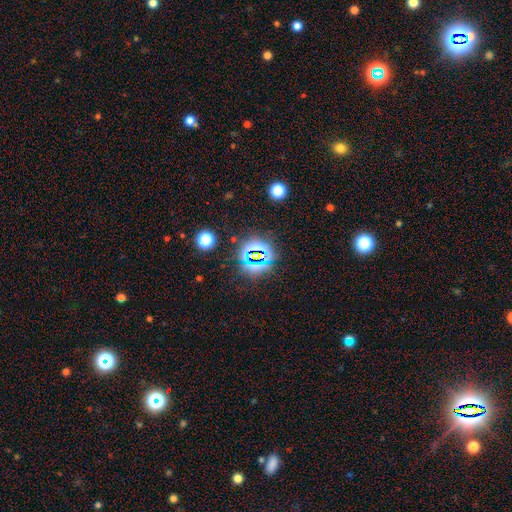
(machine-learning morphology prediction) Overall: star or artifact (77%).